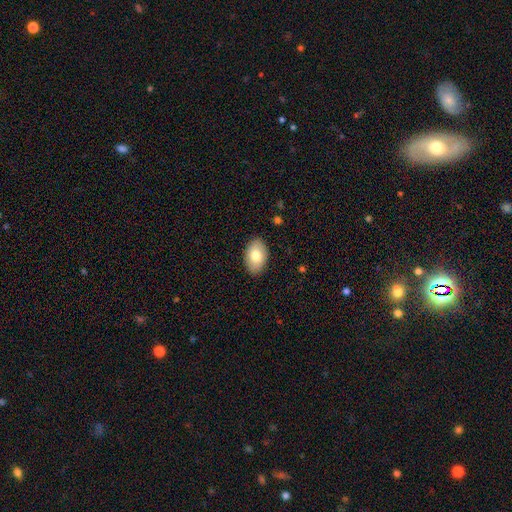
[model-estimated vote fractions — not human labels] smooth-or-featured: smooth: 78% | featured or disk: 16% | star or artifact: 6%
  how-rounded: in between: 91% | round: 8% | cigar-shaped: 1%
  merging: none: 88% | minor disturbance: 9% | major disturbance: 2% | merger: 1%